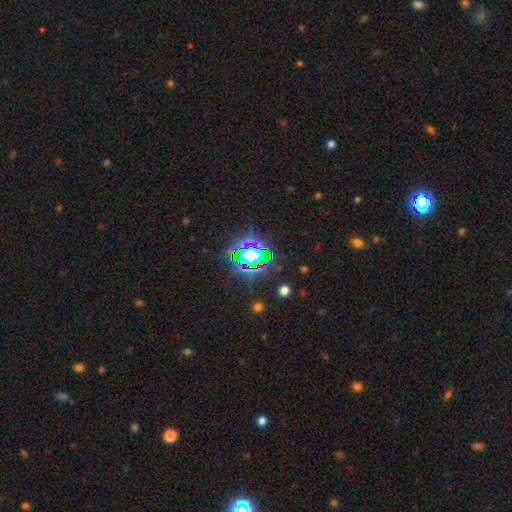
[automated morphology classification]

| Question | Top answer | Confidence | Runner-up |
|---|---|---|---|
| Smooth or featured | star or artifact | 71% | smooth (17%) |